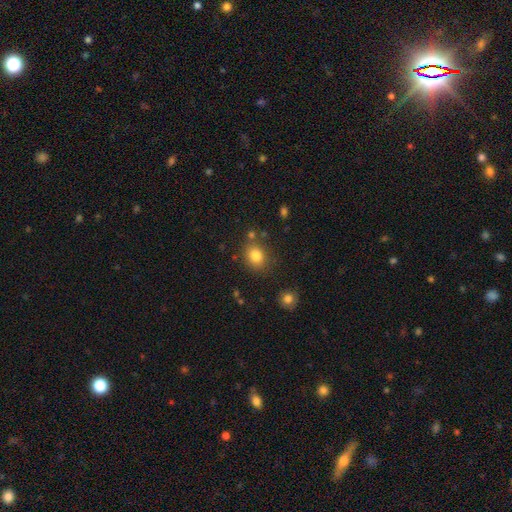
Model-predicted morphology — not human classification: Smooth or featured? smooth (82%)
How rounded? round (64%)
Merging? none (75%)